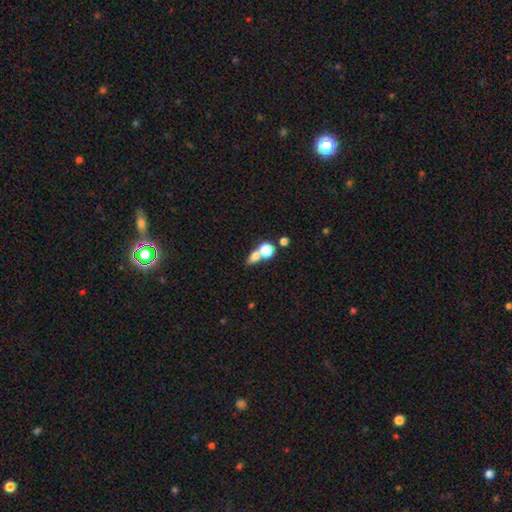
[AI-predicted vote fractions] smooth-or-featured: smooth: 71% | star or artifact: 15% | featured or disk: 14%
  how-rounded: in between: 51% | round: 43% | cigar-shaped: 6%
  merging: merger: 51% | none: 36% | minor disturbance: 8% | major disturbance: 5%